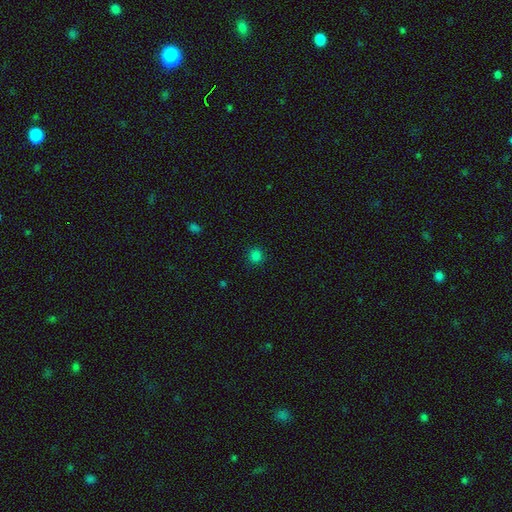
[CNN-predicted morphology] Q: Smooth or featured?
A: smooth (81%); runner-up: star or artifact (16%)
Q: How rounded?
A: round (91%); runner-up: in between (8%)
Q: Merging?
A: none (91%); runner-up: minor disturbance (6%)